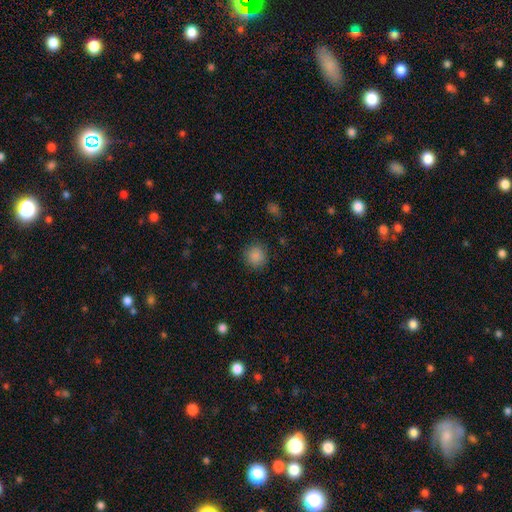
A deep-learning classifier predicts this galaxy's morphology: A smooth galaxy with no disk features (87%) that is round (92%). Merging: none (88%).